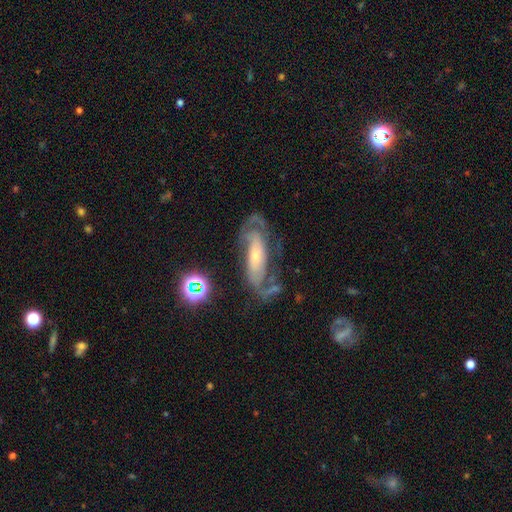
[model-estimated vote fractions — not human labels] Morphology: type=featured or disk (79%); edge-on=no (88%); bar=no (52%); spiral arms=yes (91%); winding=tight (42%); arm count=2 (61%); bulge=small (58%); merging=none (56%).